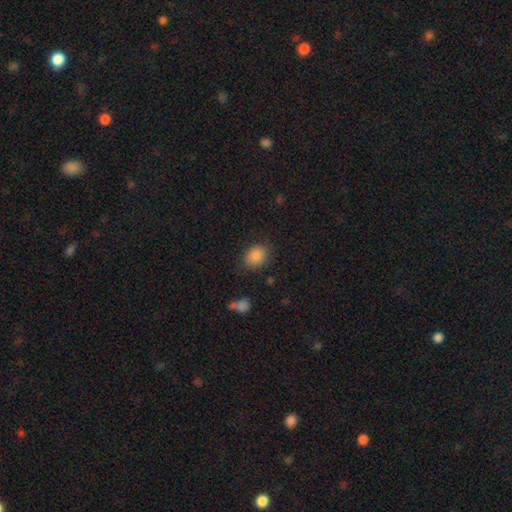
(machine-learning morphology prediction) smooth 86%, star or artifact 9%, featured or disk 5%. Down the decision tree: how rounded — in between (53%); merging — none (80%).